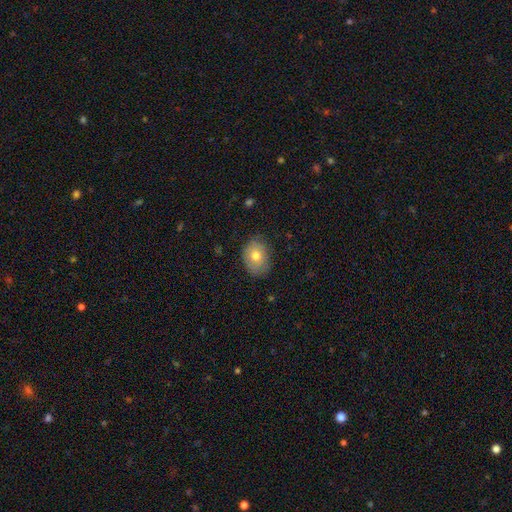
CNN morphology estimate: Smooth or featured?
  - smooth: 74% *
  - featured or disk: 18%
  - star or artifact: 8%
How rounded?
  - in between: 67% *
  - round: 32%
  - cigar-shaped: 1%
Merging?
  - none: 78% *
  - minor disturbance: 18%
  - major disturbance: 4%
  - merger: 1%